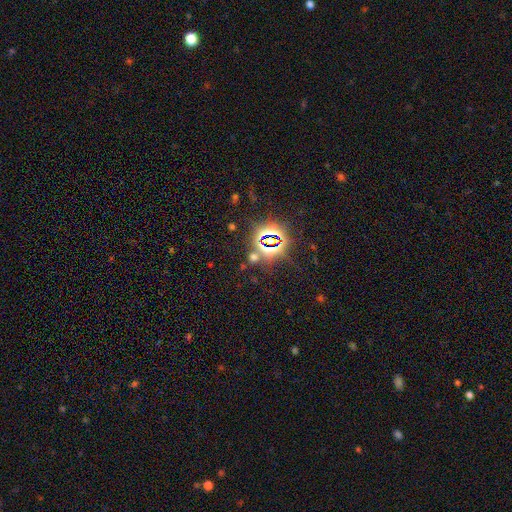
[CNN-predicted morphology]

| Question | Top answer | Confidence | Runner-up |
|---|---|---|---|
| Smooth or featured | star or artifact | 81% | smooth (11%) |